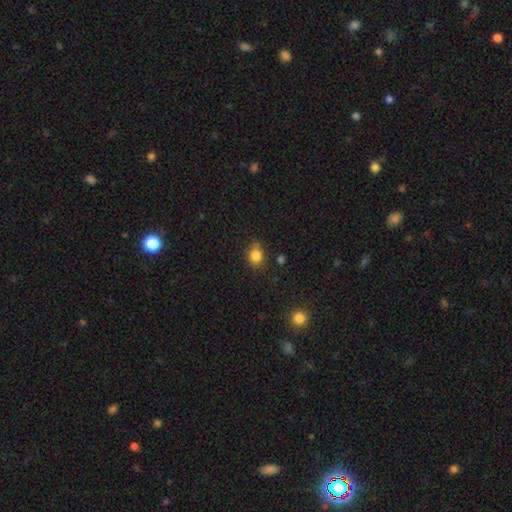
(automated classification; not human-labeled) Smooth or featured? smooth (84%)
How rounded? round (64%)
Merging? none (75%)